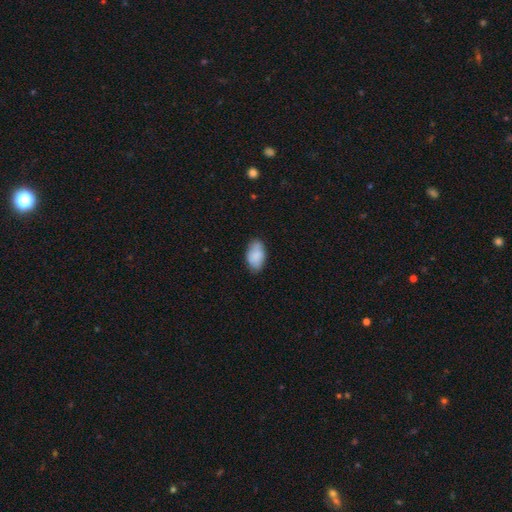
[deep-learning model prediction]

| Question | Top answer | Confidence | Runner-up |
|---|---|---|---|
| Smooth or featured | smooth | 85% | featured or disk (8%) |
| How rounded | in between | 94% | round (4%) |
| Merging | none | 77% | minor disturbance (18%) |